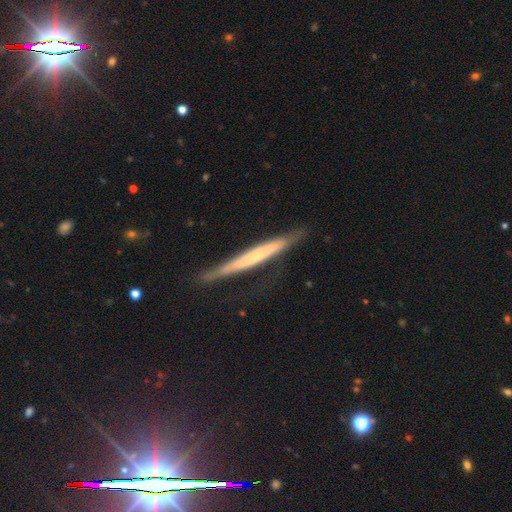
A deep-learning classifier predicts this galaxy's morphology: This appears to be a featured or disk galaxy (58%) viewed edge-on (92%) with no central bulge (65%). Merging: none (75%).